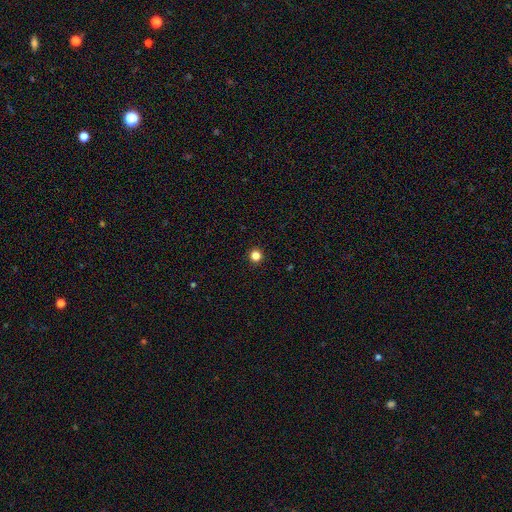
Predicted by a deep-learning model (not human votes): Smooth or featured? smooth (83%)
How rounded? round (96%)
Merging? none (94%)